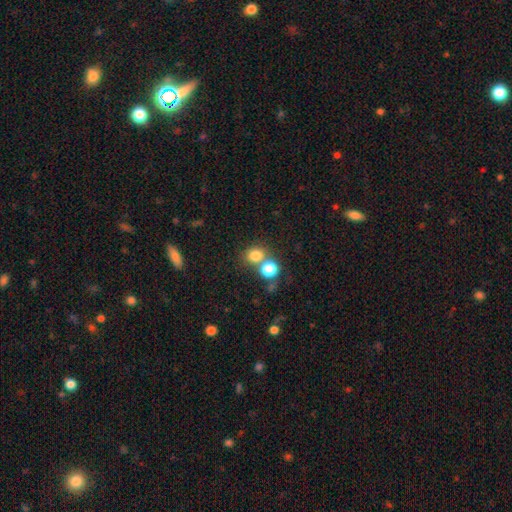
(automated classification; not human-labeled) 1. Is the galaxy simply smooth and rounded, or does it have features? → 78% smooth, 14% star or artifact, 8% featured or disk.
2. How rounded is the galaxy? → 72% round, 27% in between, 1% cigar-shaped.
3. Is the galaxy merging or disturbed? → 53% none, 35% merger, 8% minor disturbance, 4% major disturbance.